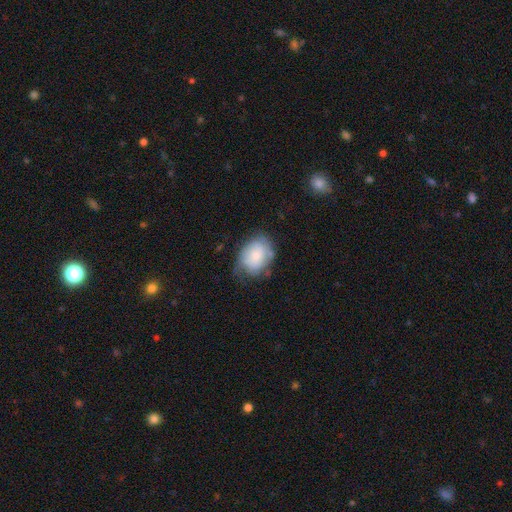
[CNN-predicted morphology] This is likely a smooth galaxy (64%). How rounded: likely in between (61%). Merging: possibly none (53%).